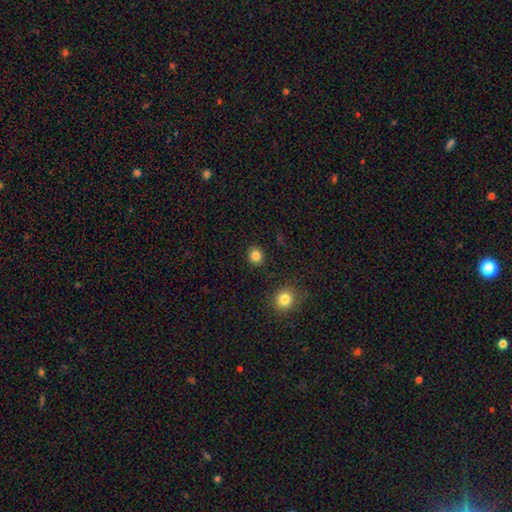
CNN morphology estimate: smooth 84%, star or artifact 12%, featured or disk 4%. Down the decision tree: how rounded — round (83%); merging — none (89%).